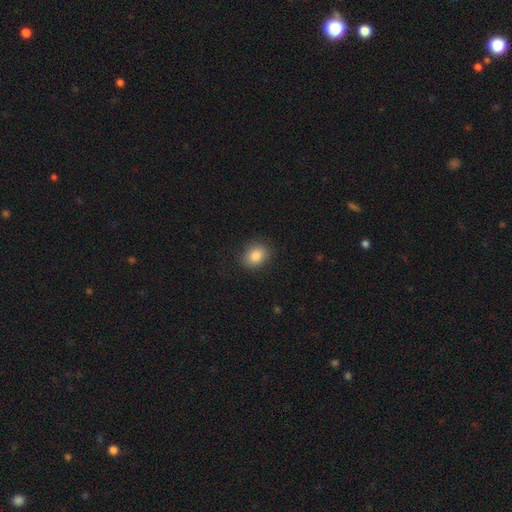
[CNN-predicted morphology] This appears to be a smooth galaxy with no disk features (84%) that is round (52%). Merging: none (87%).